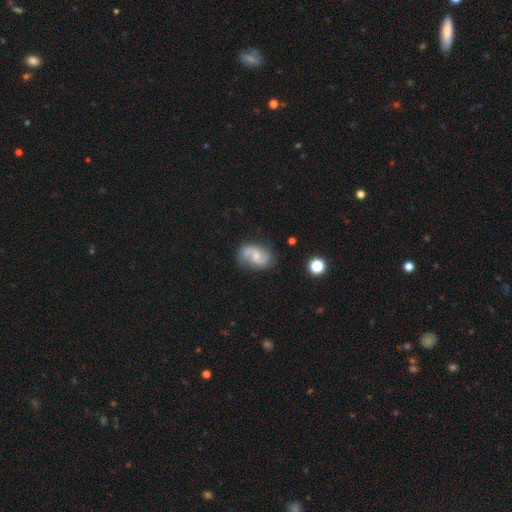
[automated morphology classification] Smooth or featured? Predicted: featured or disk (p=0.74). Edge-on disk? Predicted: no (p=0.97). Bar? Predicted: no (p=0.52). Spiral arms? Predicted: yes (p=0.94). Spiral winding? Predicted: medium (p=0.48). Spiral arm count? Predicted: 2 (p=0.87). Bulge size? Predicted: small (p=0.47). Merging? Predicted: none (p=0.72).